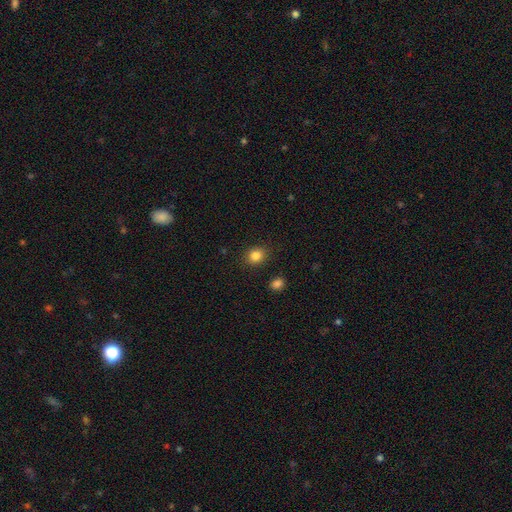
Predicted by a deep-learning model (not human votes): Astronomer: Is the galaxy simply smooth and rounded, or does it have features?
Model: smooth — 84%.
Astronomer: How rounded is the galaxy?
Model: round — 72%.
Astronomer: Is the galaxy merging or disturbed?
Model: none — 88%.